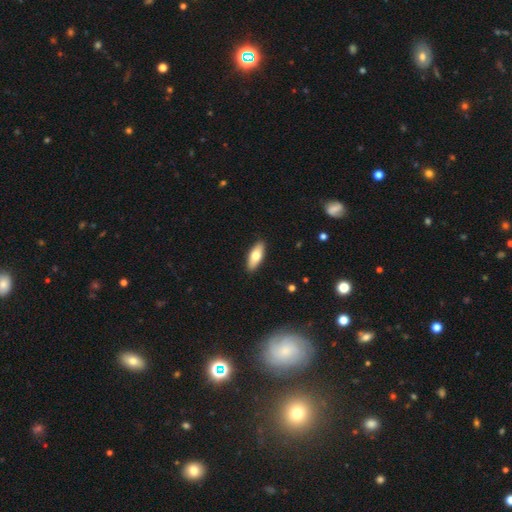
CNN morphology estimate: smooth_or_featured: smooth (p=0.72) [alt: featured or disk p=0.22]
how_rounded: in between (p=0.74) [alt: cigar-shaped p=0.24]
merging: none (p=0.90) [alt: minor disturbance p=0.07]